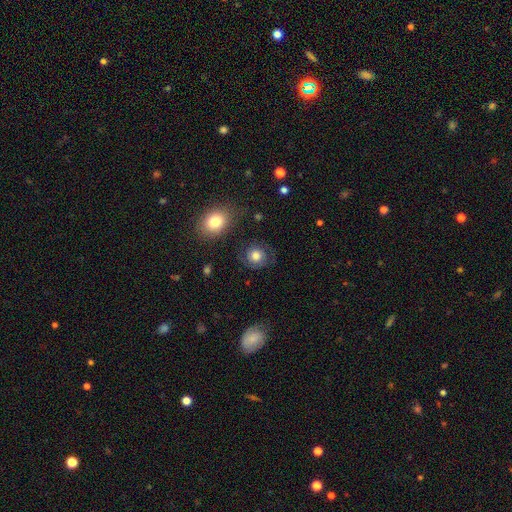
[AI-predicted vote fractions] The model was most divided on "smooth or featured": smooth: 55%, featured or disk: 35%, star or artifact: 10%. More confident: how rounded — round (81%); merging — none (75%).